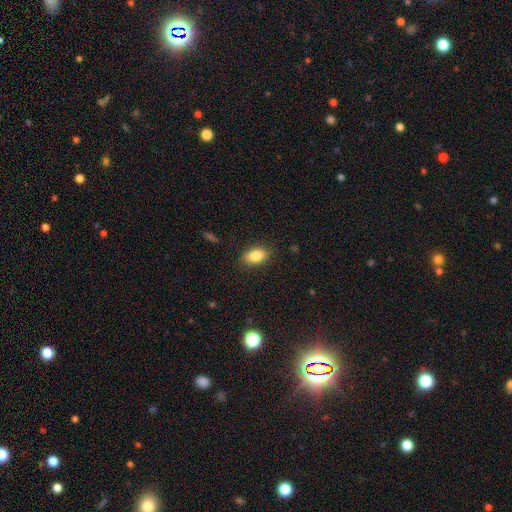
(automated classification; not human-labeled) The model was most divided on "how rounded": in between: 86%, round: 12%, cigar-shaped: 3%. More confident: merging — none (85%); smooth or featured — smooth (84%).